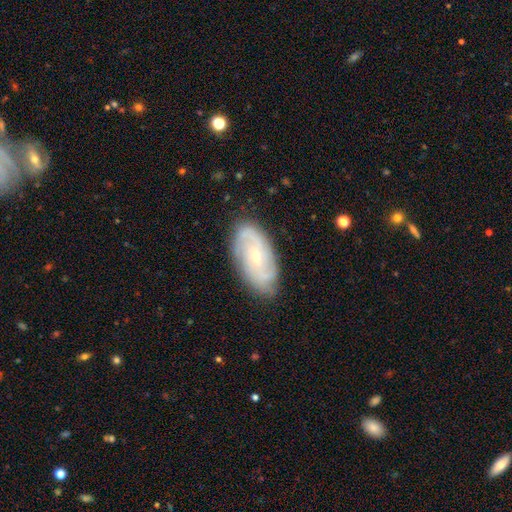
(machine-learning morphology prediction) Smooth or featured: featured or disk — 77% (smooth — 17%)
Edge-on disk: no — 95% (yes — 5%)
Bar: no — 59% (weak — 34%)
Spiral arms: yes — 95% (no — 5%)
Spiral winding: tight — 48% (medium — 39%)
Spiral arm count: 2 — 38% (can't tell — 25%)
Bulge size: small — 71% (moderate — 25%)
Merging: none — 81% (minor disturbance — 15%)